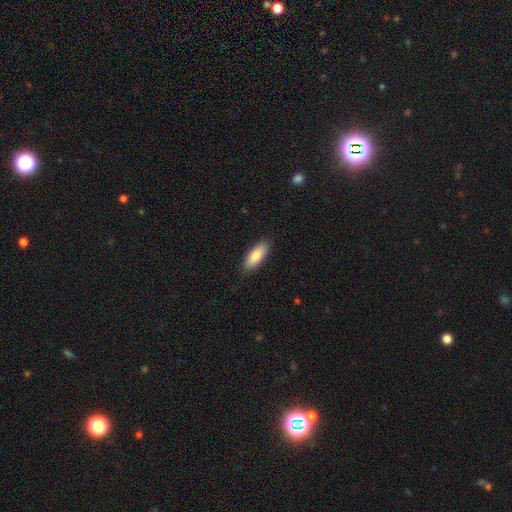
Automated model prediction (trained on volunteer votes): Overall: smooth (88%). How rounded: in between (77%). Merging: none (87%).